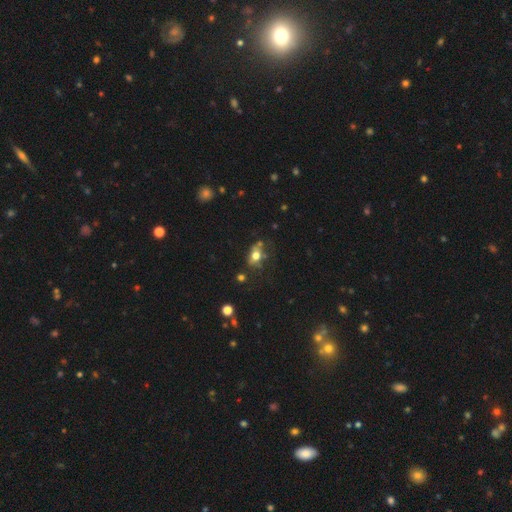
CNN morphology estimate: smooth_or_featured: smooth (p=0.66) [alt: featured or disk p=0.21]
how_rounded: in between (p=0.70) [alt: round p=0.27]
merging: none (p=0.46) [alt: minor disturbance p=0.24]